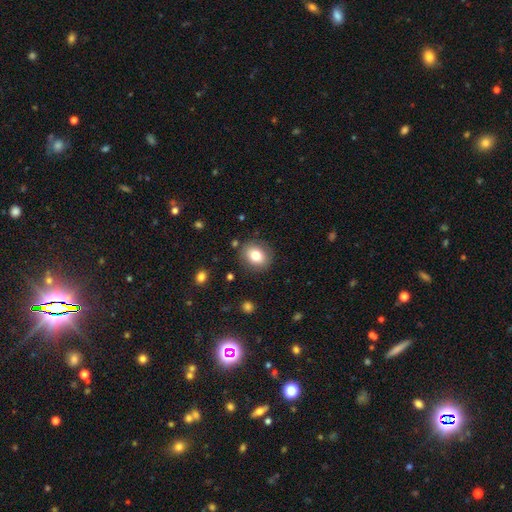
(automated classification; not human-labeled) A smooth galaxy with no disk features (79%) that is round (53%).

Vote fractions:
- Smooth or featured? smooth: 79% / featured or disk: 12% / star or artifact: 9%
- How rounded? round: 53% / in between: 46% / cigar-shaped: 1%
- Merging? none: 85% / minor disturbance: 10% / major disturbance: 3% / merger: 2%